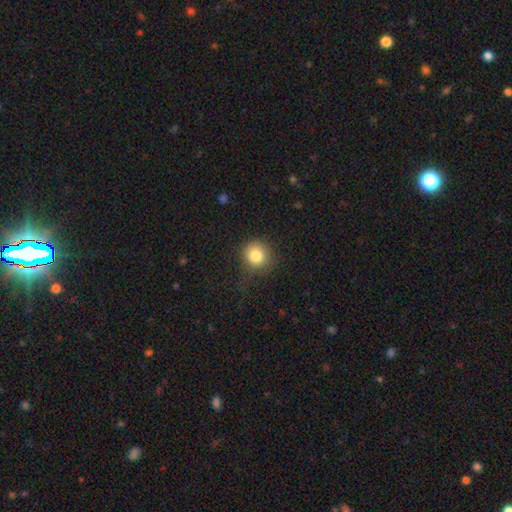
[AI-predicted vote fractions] A smooth galaxy with no disk features (82%) that is round (89%).

Vote fractions:
- Smooth or featured? smooth: 82% / star or artifact: 11% / featured or disk: 7%
- How rounded? round: 89% / in between: 10% / cigar-shaped: 1%
- Merging? none: 75% / minor disturbance: 16% / major disturbance: 7% / merger: 1%